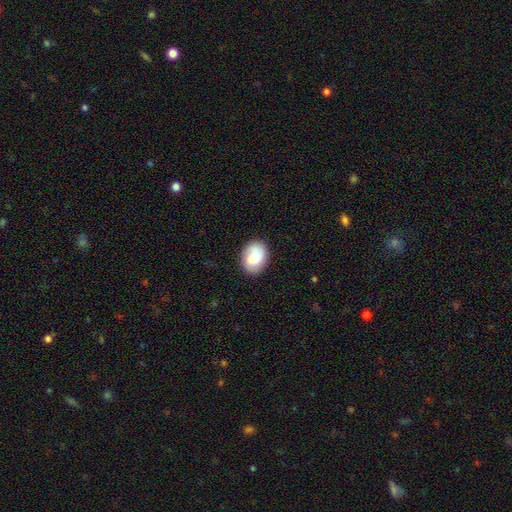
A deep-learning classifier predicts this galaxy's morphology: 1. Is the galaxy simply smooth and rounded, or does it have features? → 77% smooth, 16% featured or disk, 7% star or artifact.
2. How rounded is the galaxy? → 67% in between, 32% round, 1% cigar-shaped.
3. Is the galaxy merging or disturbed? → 75% none, 18% minor disturbance, 5% major disturbance, 2% merger.